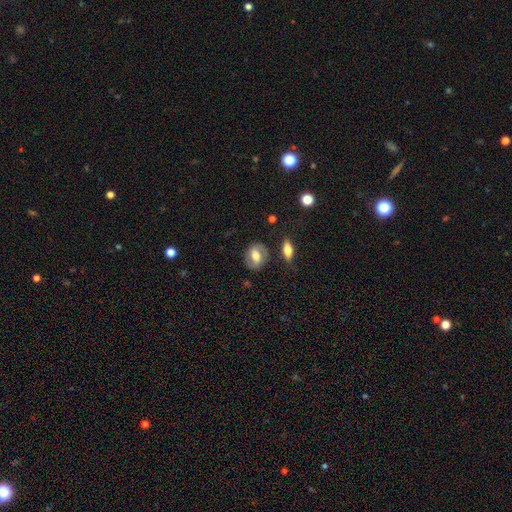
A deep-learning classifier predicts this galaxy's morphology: smooth_or_featured: smooth (p=0.47) [alt: featured or disk p=0.45]
merging: none (p=0.78) [alt: minor disturbance p=0.14]